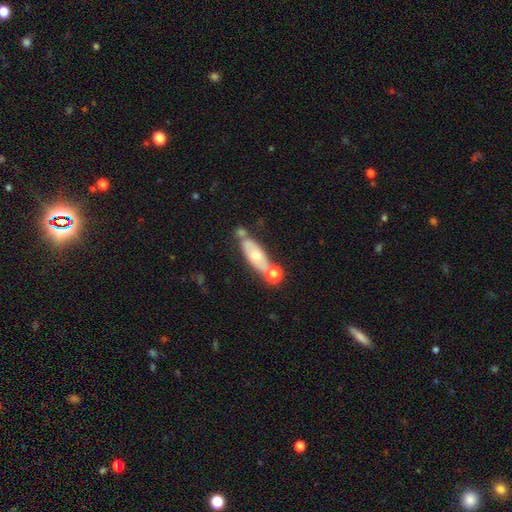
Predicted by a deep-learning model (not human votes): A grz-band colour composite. It shows a featured or disk galaxy (50%). Merging: none (54%).